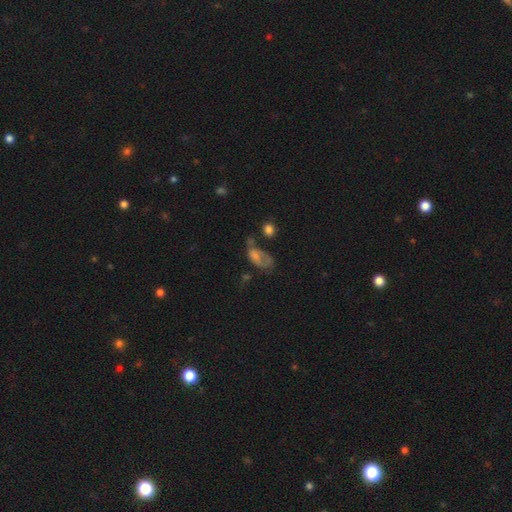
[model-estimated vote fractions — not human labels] Q: Smooth or featured?
A: smooth (42%); runner-up: featured or disk (37%)
Q: Merging?
A: major disturbance (32%); runner-up: none (31%)